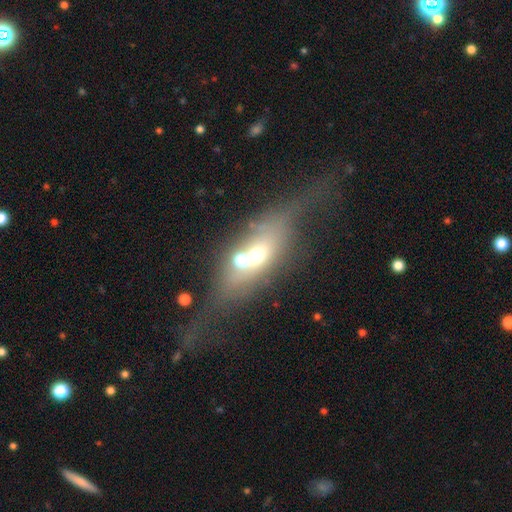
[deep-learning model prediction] Smooth or featured?
  - featured or disk: 52% *
  - smooth: 35%
  - star or artifact: 13%
Edge-on disk?
  - no: 54% *
  - yes: 46%
Merging?
  - merger: 38% *
  - none: 27%
  - major disturbance: 20%
  - minor disturbance: 15%